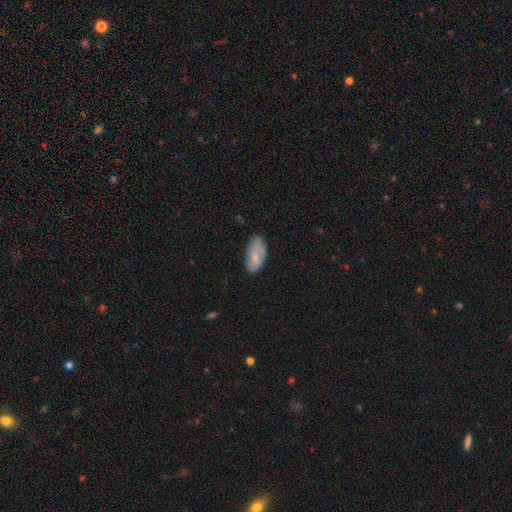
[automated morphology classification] This is likely a smooth galaxy (64%). How rounded: clearly in between (92%). Merging: likely none (68%).